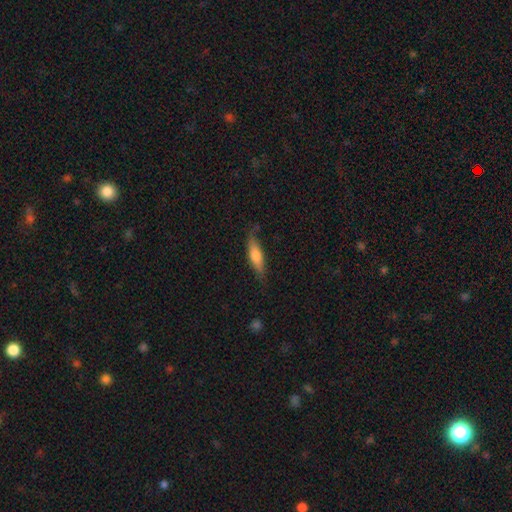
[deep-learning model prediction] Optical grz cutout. It shows a smooth galaxy with no disk features (66%) that is cigar-shaped (62%). Merging: none (71%).